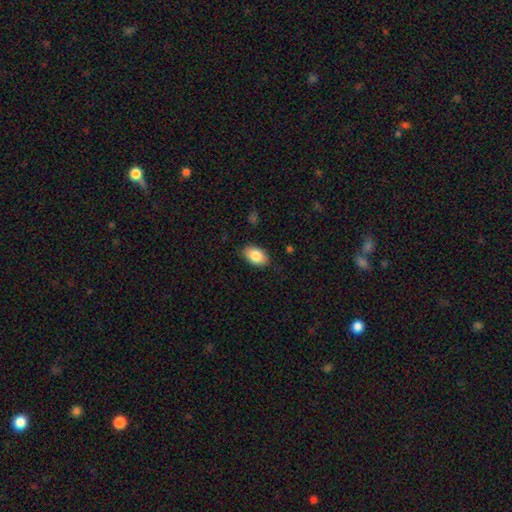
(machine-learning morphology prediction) Smooth or featured? Predicted: smooth (p=0.84). How rounded? Predicted: in between (p=0.91). Merging? Predicted: none (p=0.86).